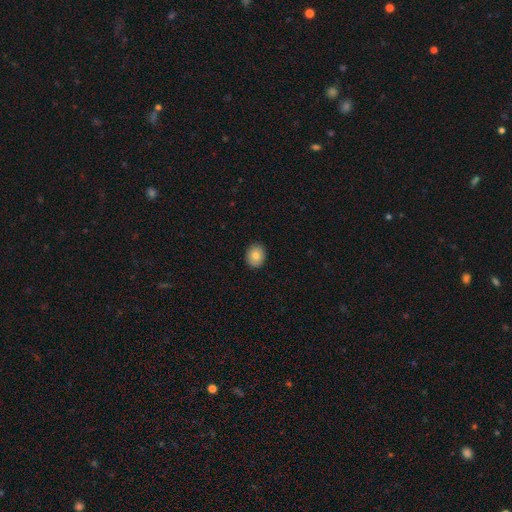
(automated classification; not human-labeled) A smooth galaxy with no disk features (82%) that is round (64%). Merging: none (91%).